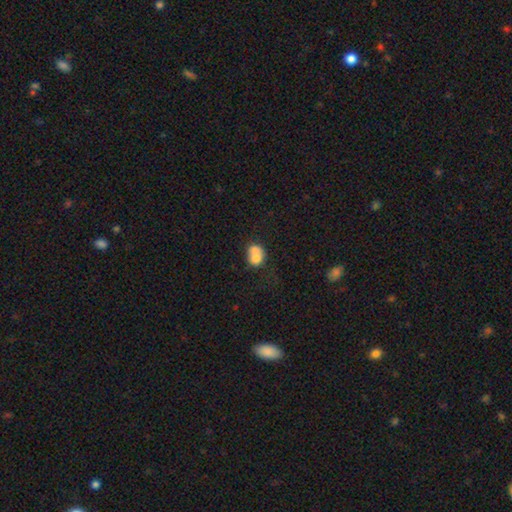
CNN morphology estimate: This is likely a smooth galaxy (71%). How rounded: possibly round (56%). Merging: possibly merger (54%).